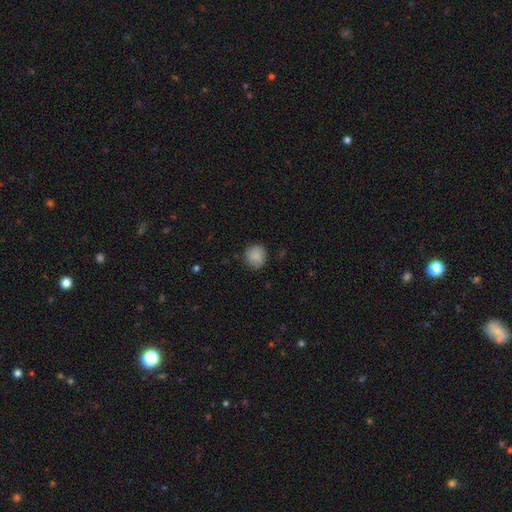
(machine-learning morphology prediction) Smooth or featured? smooth (84%)
How rounded? round (88%)
Merging? none (83%)